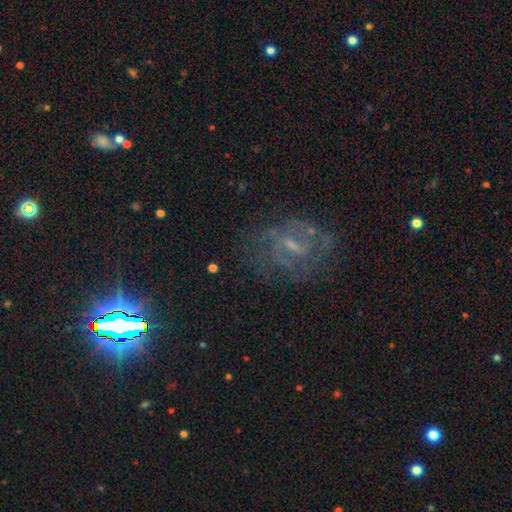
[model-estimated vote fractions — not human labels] Overall: featured or disk (60%; star or artifact 27%). Edge-on disk: no (95%). Bar: weak (51%; no 27%). Spiral arms: yes (78%). Bulge size: small (53%; none 23%). Merging: none (69%).